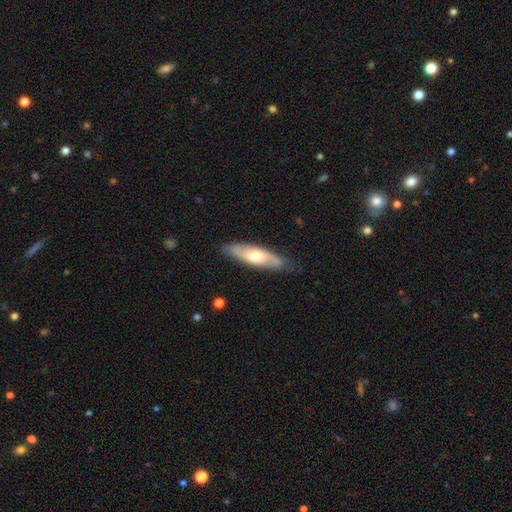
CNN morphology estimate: The model was most divided on "smooth or featured": featured or disk: 52%, smooth: 42%, star or artifact: 5%. More confident: merging — none (82%); edge-on disk — no (60%).